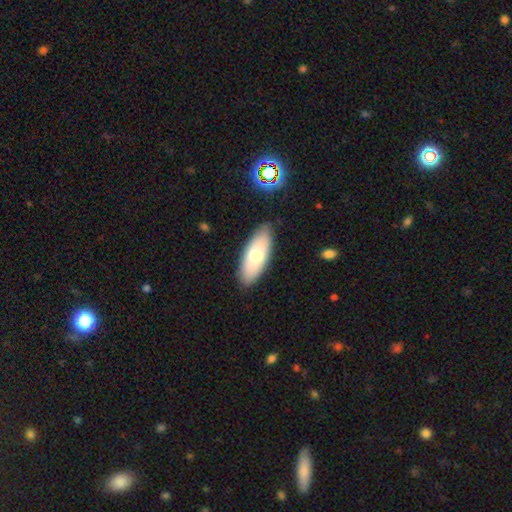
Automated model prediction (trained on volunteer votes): Smooth or featured? Predicted: smooth (p=0.67). How rounded? Predicted: in between (p=0.81). Merging? Predicted: none (p=0.86).